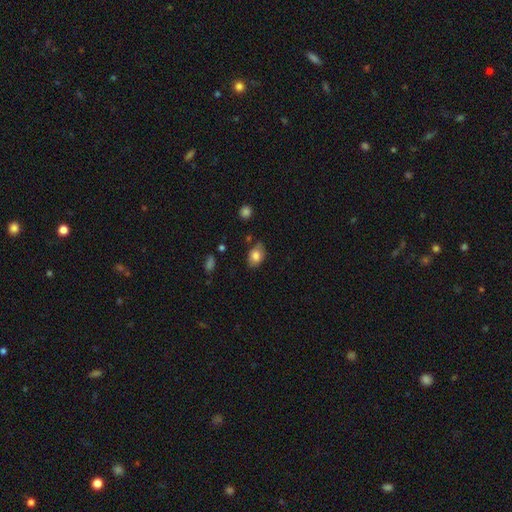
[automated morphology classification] Q: Smooth or featured?
A: smooth (78%); runner-up: featured or disk (14%)
Q: How rounded?
A: in between (84%); runner-up: round (15%)
Q: Merging?
A: none (73%); runner-up: minor disturbance (20%)